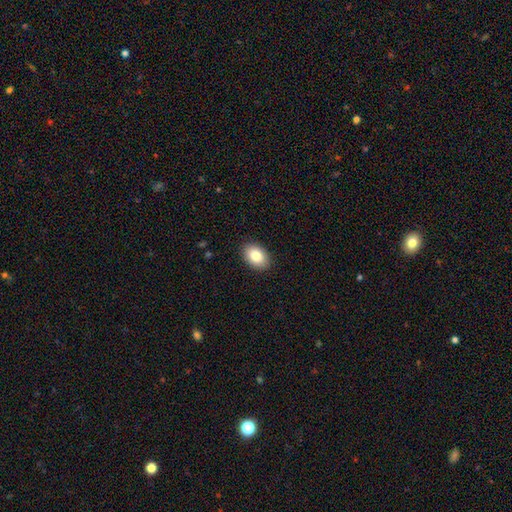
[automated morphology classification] Smooth or featured? smooth (85%)
How rounded? in between (85%)
Merging? none (89%)